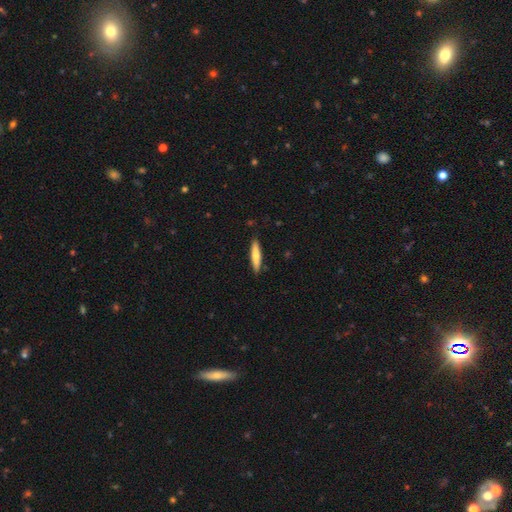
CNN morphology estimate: type=smooth (67%); roundness=cigar-shaped (86%); merging=none (89%).